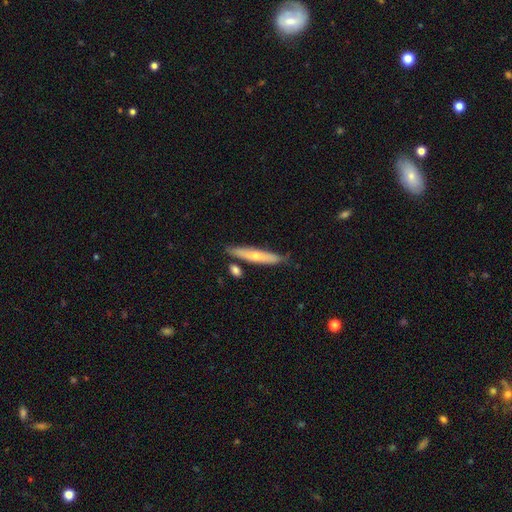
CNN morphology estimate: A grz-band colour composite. It shows a smooth galaxy with no disk features (54%) that is cigar-shaped (87%). Merging: none (76%).